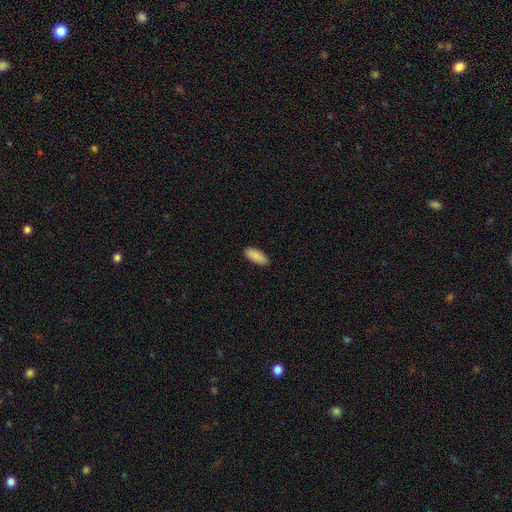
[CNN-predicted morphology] The model was most divided on "how rounded": in between: 83%, cigar-shaped: 16%, round: 2%. More confident: smooth or featured — smooth (90%); merging — none (90%).